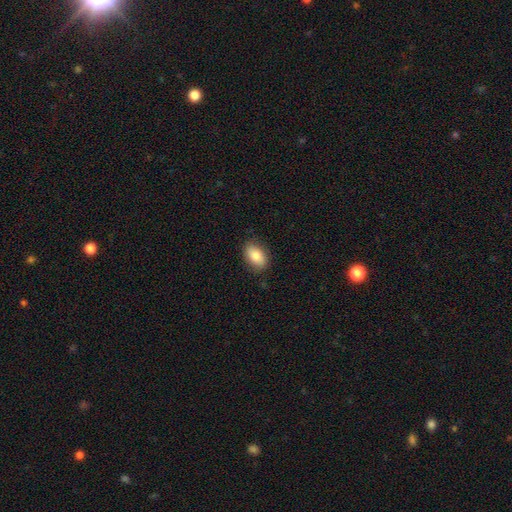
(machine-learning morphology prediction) Smooth or featured?
  - smooth: 82% *
  - featured or disk: 10%
  - star or artifact: 7%
How rounded?
  - in between: 88% *
  - round: 10%
  - cigar-shaped: 2%
Merging?
  - none: 84% *
  - minor disturbance: 13%
  - major disturbance: 3%
  - merger: 1%